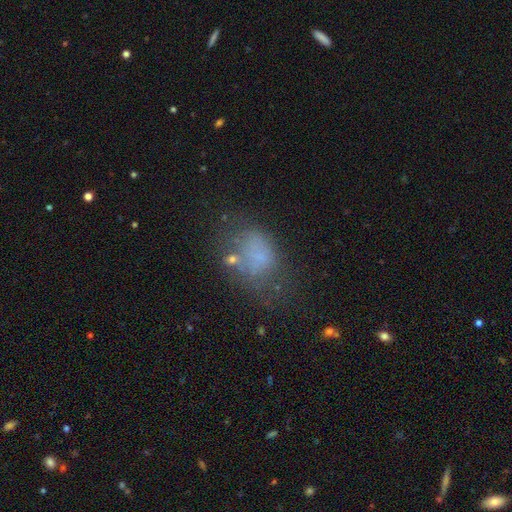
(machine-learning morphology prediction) This appears to be a smooth galaxy with no disk features (57%) that is in between round and cigar-shaped (74%). Merging: none (41%).